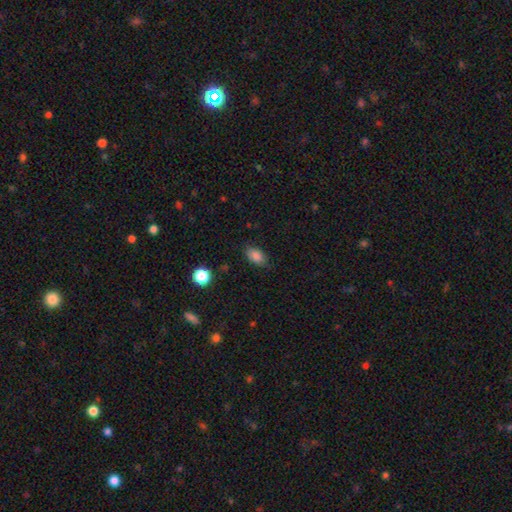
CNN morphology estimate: A smooth galaxy with no disk features (85%) that is in between round and cigar-shaped (89%). Merging: none (80%).